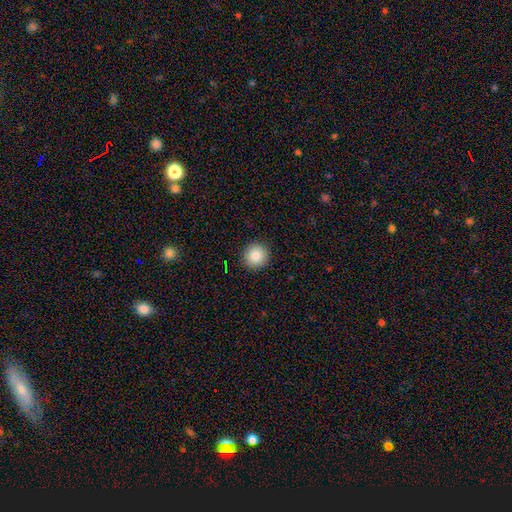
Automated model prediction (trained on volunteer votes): Smooth or featured? smooth (86%)
How rounded? round (94%)
Merging? none (92%)